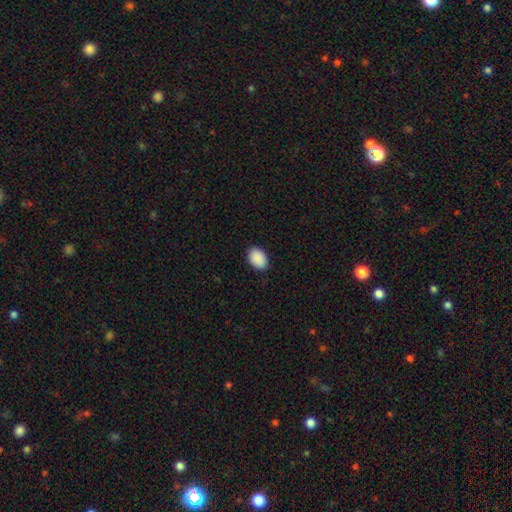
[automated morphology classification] smooth-or-featured: smooth: 91% | star or artifact: 7% | featured or disk: 2%
  how-rounded: in between: 82% | round: 17% | cigar-shaped: 1%
  merging: none: 88% | minor disturbance: 9% | major disturbance: 2% | merger: 1%